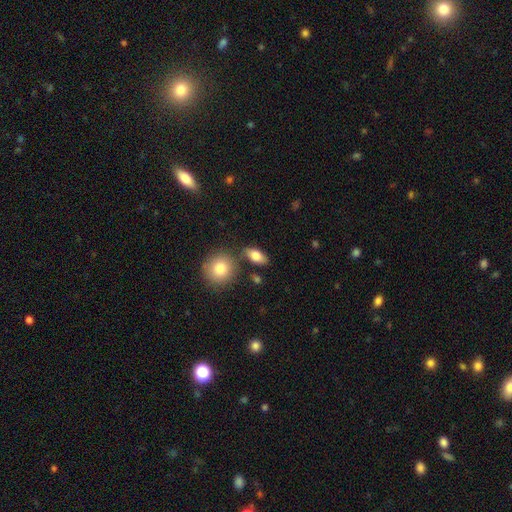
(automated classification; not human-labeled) Smooth or featured?
  - smooth: 80% *
  - featured or disk: 12%
  - star or artifact: 7%
How rounded?
  - in between: 84% *
  - round: 10%
  - cigar-shaped: 6%
Merging?
  - none: 76% *
  - minor disturbance: 12%
  - merger: 8%
  - major disturbance: 4%